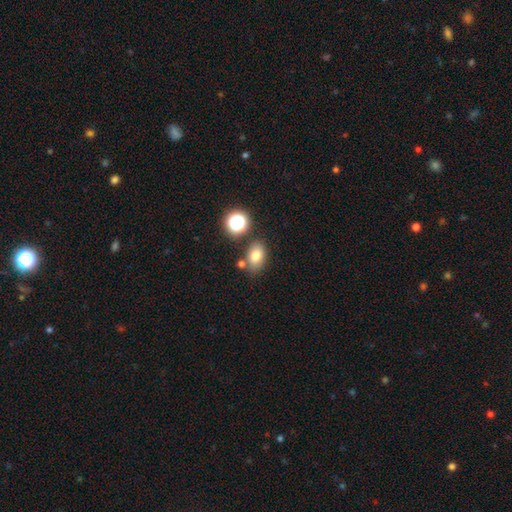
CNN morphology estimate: smooth_or_featured: smooth (p=0.78) [alt: star or artifact p=0.12]
how_rounded: in between (p=0.79) [alt: round p=0.19]
merging: none (p=0.72) [alt: minor disturbance p=0.13]